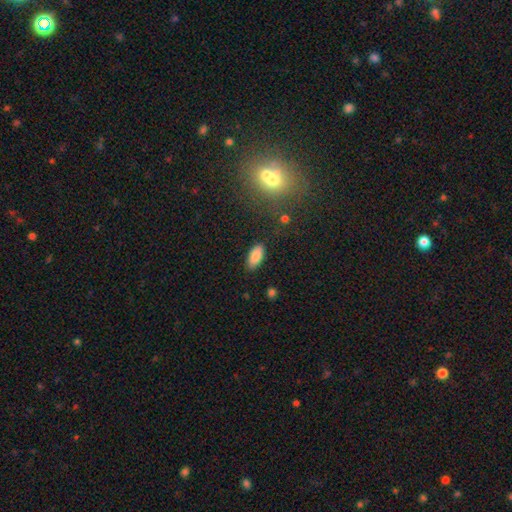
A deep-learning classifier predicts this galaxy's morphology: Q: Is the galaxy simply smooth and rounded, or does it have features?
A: smooth — 86%.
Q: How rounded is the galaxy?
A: in between — 90%.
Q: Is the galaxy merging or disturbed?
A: none — 86%.